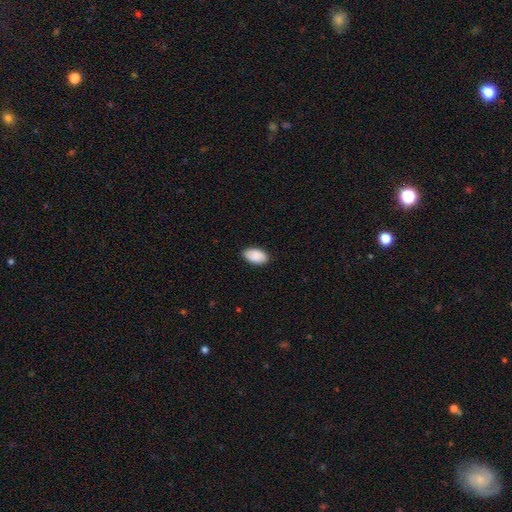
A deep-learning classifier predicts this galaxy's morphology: smooth 90%, star or artifact 6%, featured or disk 4%. Down the decision tree: how rounded — in between (94%); merging — none (87%).